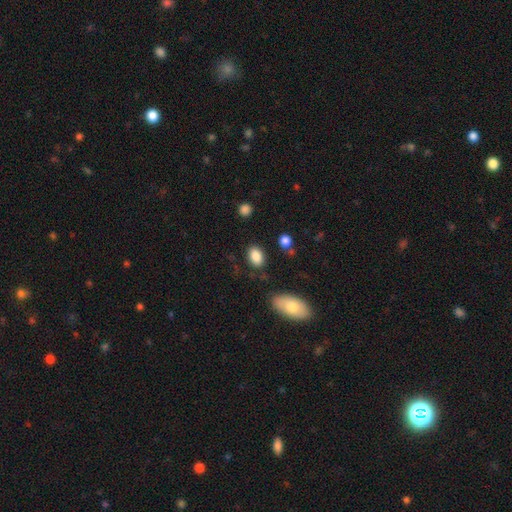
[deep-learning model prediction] smooth 86%, star or artifact 8%, featured or disk 6%. Down the decision tree: how rounded — in between (85%); merging — none (81%).